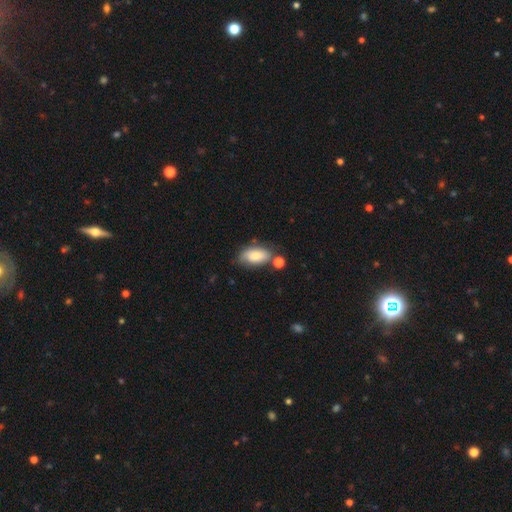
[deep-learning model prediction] Smooth or featured? smooth (74%)
How rounded? in between (91%)
Merging? none (56%)